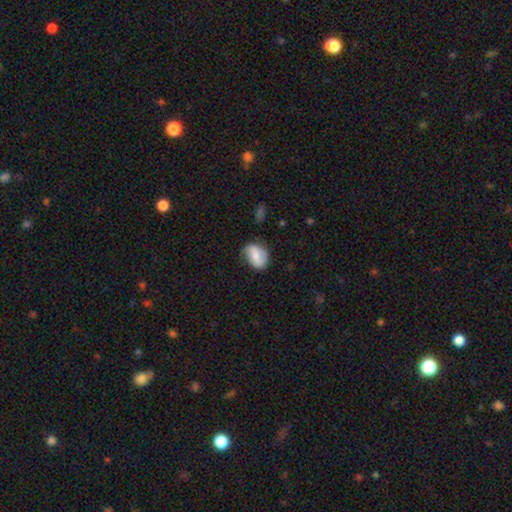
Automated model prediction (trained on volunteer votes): A smooth galaxy with no disk features (62%) that is in between round and cigar-shaped (72%). Merging: none (61%).